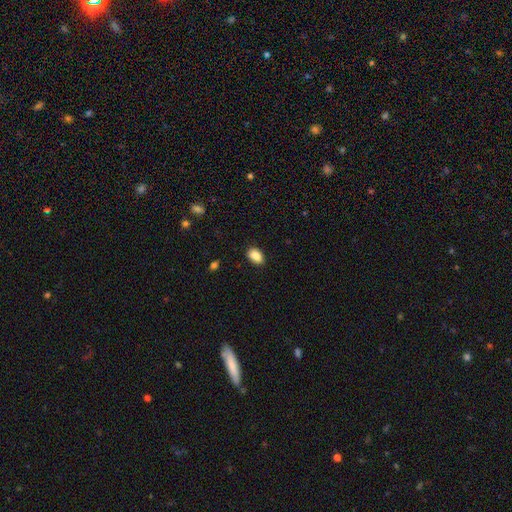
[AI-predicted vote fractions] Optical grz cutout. It shows a smooth galaxy with no disk features (85%) that is in between round and cigar-shaped (88%). Merging: none (86%).